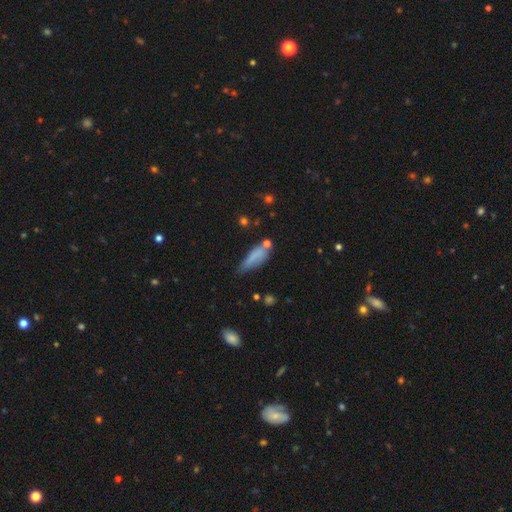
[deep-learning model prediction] A smooth galaxy with no disk features (75%) that is in between round and cigar-shaped (53%). Merging: none (41%).